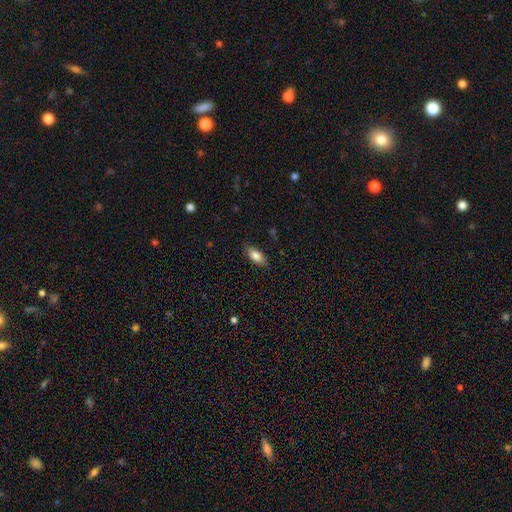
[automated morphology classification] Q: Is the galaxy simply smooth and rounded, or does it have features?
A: smooth — 83%.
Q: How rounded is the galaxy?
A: in between — 86%.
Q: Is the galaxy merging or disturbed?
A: none — 82%.